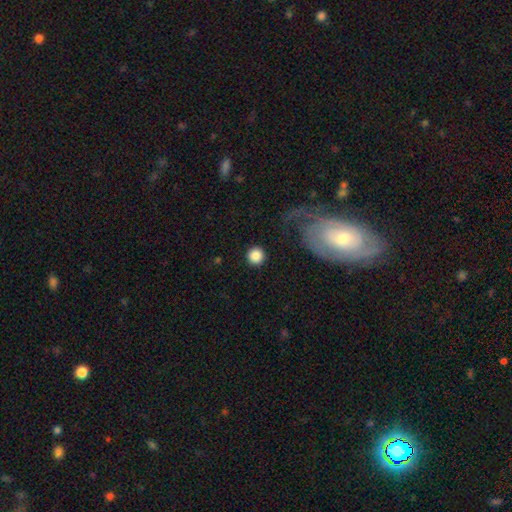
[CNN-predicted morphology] smooth_or_featured: smooth (p=0.86) [alt: star or artifact p=0.08]
how_rounded: round (p=0.96) [alt: in between p=0.03]
merging: none (p=0.89) [alt: minor disturbance p=0.06]